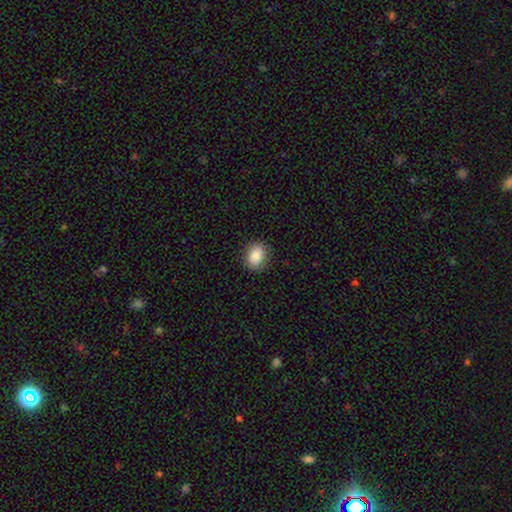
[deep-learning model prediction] This is clearly a smooth galaxy (84%). How rounded: likely in between (60%). Merging: clearly none (85%).